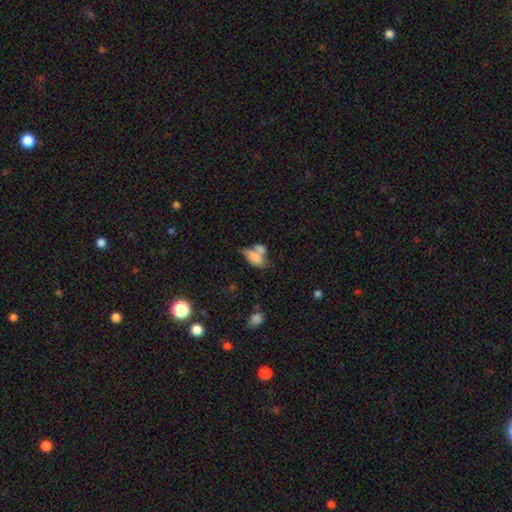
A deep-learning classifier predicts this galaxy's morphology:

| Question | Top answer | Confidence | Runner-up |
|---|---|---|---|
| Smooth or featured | smooth | 75% | featured or disk (16%) |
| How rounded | in between | 86% | cigar-shaped (7%) |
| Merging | merger | 53% | none (25%) |